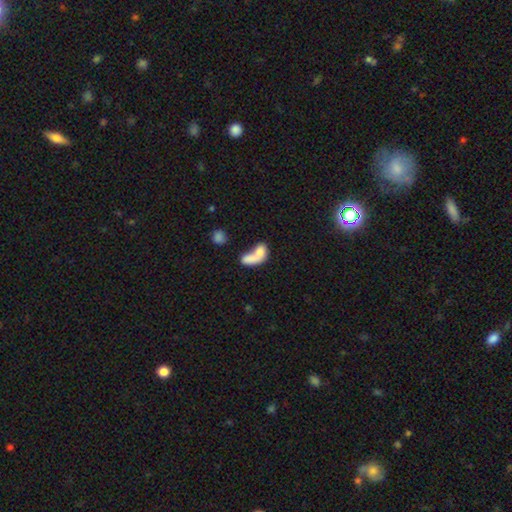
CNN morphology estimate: Overall: smooth (72%). How rounded: in between (81%). Merging: merger (67%).